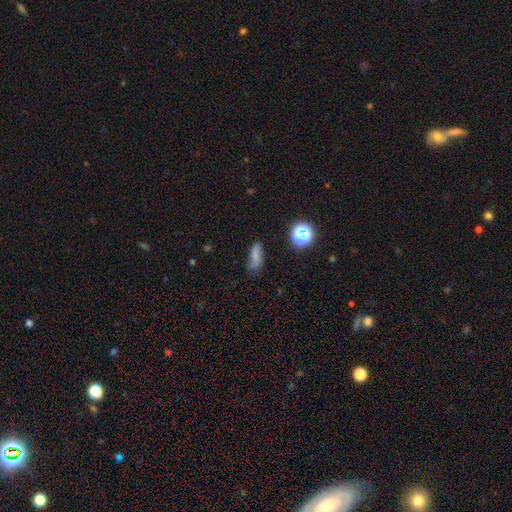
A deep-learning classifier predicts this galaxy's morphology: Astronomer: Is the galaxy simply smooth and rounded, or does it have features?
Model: smooth — 66%.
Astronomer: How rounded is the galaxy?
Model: in between — 67%.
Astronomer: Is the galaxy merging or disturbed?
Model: none — 59%.